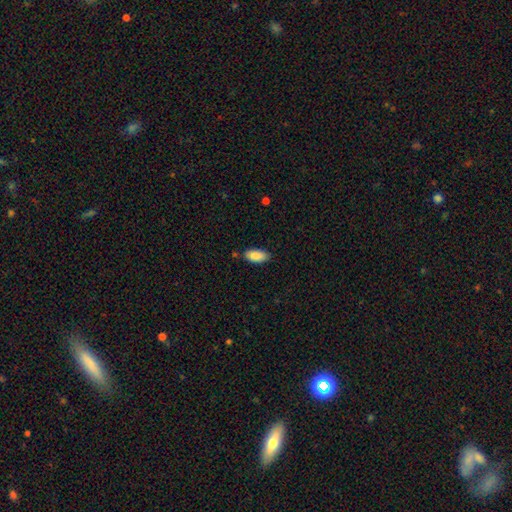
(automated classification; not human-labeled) Smooth or featured?
  - smooth: 89% *
  - star or artifact: 6%
  - featured or disk: 5%
How rounded?
  - in between: 91% *
  - cigar-shaped: 7%
  - round: 2%
Merging?
  - none: 82% *
  - minor disturbance: 13%
  - major disturbance: 2%
  - merger: 2%